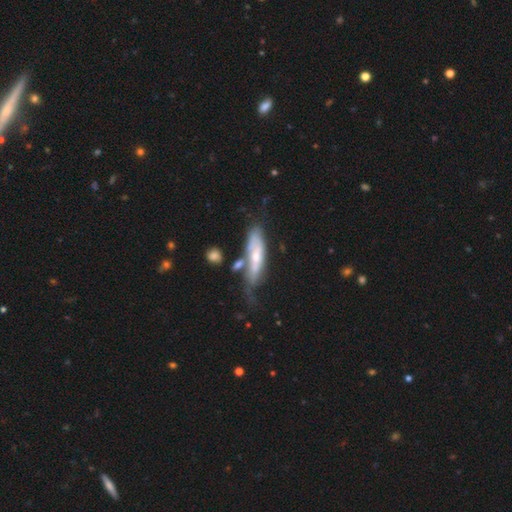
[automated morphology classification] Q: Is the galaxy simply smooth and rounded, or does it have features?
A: featured or disk — 54%.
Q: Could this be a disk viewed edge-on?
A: no — 55%.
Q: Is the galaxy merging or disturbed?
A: none — 39%.